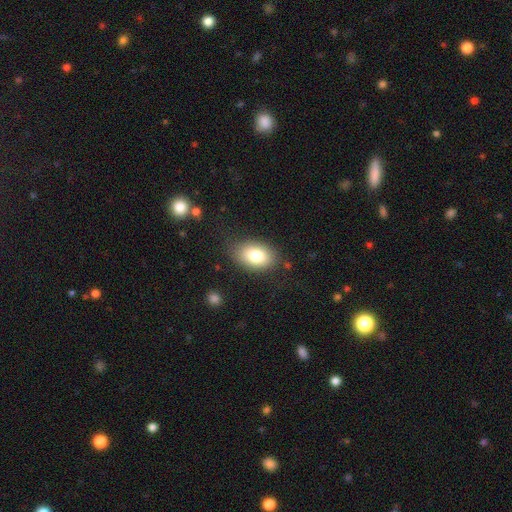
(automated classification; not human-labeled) Q: Smooth or featured?
A: smooth (80%); runner-up: featured or disk (12%)
Q: How rounded?
A: in between (86%); runner-up: round (13%)
Q: Merging?
A: none (79%); runner-up: minor disturbance (14%)